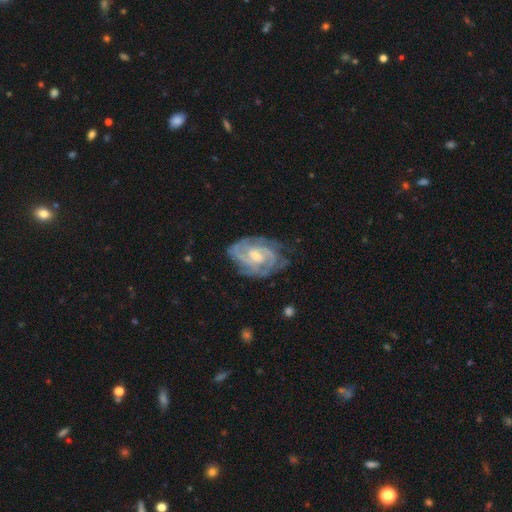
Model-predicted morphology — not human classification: Smooth or featured? Predicted: featured or disk (p=0.89). Edge-on disk? Predicted: no (p=0.97). Bar? Predicted: no (p=0.45). Spiral arms? Predicted: yes (p=0.97). Spiral winding? Predicted: tight (p=0.66). Spiral arm count? Predicted: 2 (p=0.34). Bulge size? Predicted: moderate (p=0.53). Merging? Predicted: none (p=0.72).